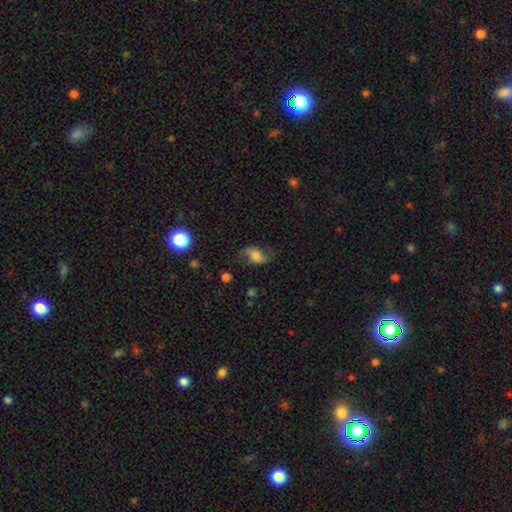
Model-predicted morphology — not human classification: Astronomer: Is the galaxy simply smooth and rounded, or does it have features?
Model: featured or disk — 47% (runner-up: smooth, 43%).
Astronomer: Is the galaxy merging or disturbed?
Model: none — 63%.